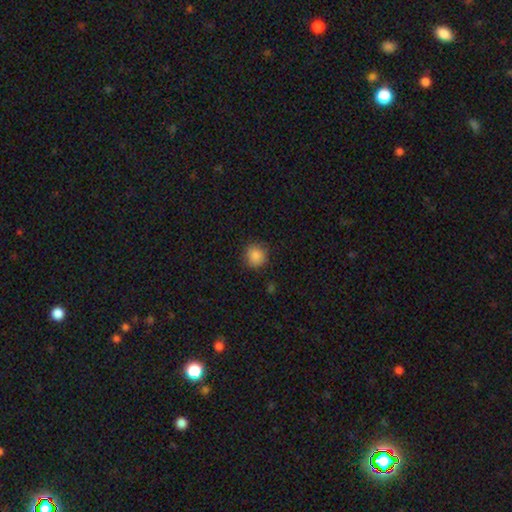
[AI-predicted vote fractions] smooth-or-featured: smooth: 87% | star or artifact: 10% | featured or disk: 3%
  how-rounded: round: 90% | in between: 9% | cigar-shaped: 1%
  merging: none: 87% | minor disturbance: 9% | major disturbance: 3% | merger: 1%